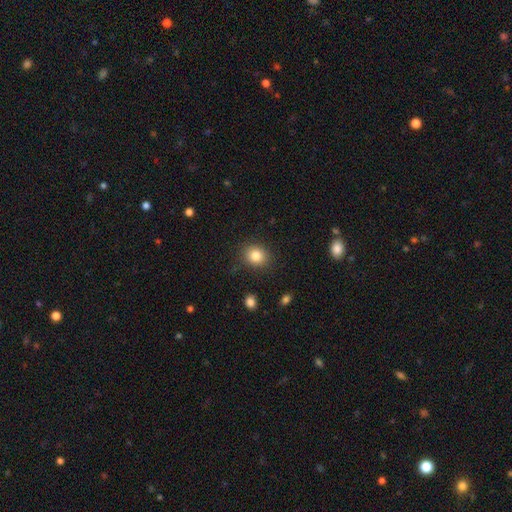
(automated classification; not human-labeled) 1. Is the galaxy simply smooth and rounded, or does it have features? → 83% smooth, 10% star or artifact, 6% featured or disk.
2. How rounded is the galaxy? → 71% round, 28% in between, 1% cigar-shaped.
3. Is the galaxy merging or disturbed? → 87% none, 9% minor disturbance, 3% major disturbance, 2% merger.